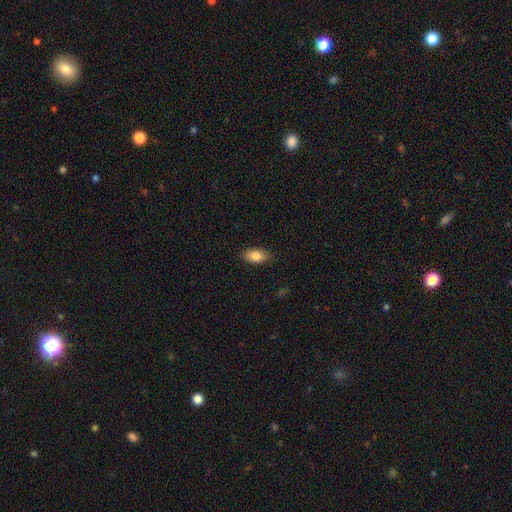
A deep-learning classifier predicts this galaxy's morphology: A smooth galaxy with no disk features (83%) that is in between round and cigar-shaped (90%).

Vote fractions:
- Smooth or featured? smooth: 83% / featured or disk: 9% / star or artifact: 7%
- How rounded? in between: 90% / round: 5% / cigar-shaped: 5%
- Merging? none: 87% / minor disturbance: 10% / major disturbance: 2% / merger: 1%